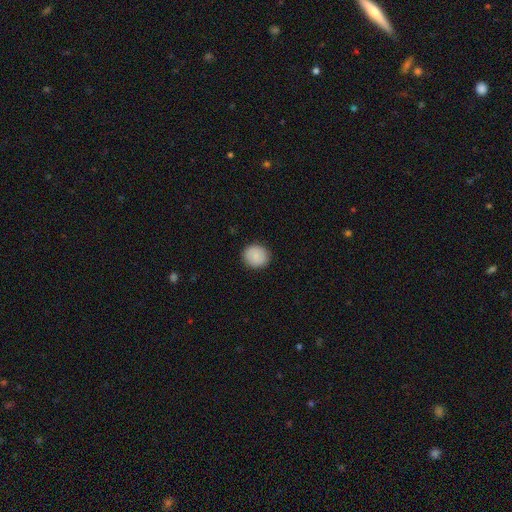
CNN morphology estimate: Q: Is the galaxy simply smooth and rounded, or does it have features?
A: smooth — 87%.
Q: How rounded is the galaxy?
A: round — 88%.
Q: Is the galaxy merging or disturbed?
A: none — 91%.